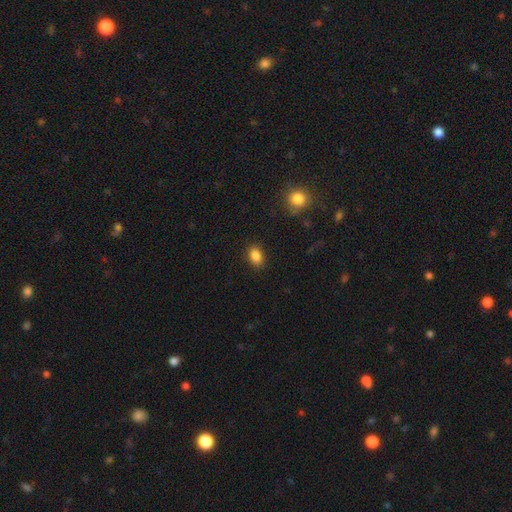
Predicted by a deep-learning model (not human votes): Smooth or featured? smooth (86%)
How rounded? in between (83%)
Merging? none (87%)